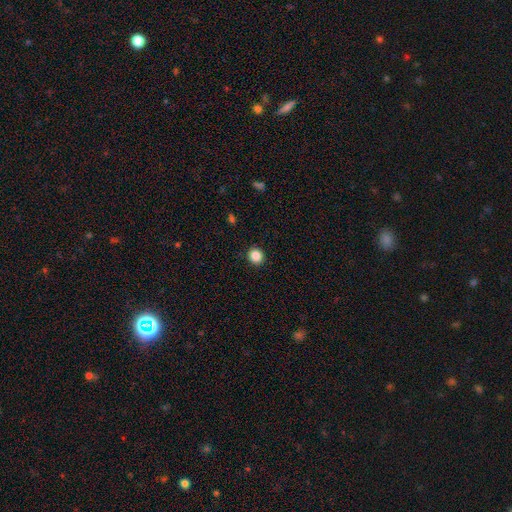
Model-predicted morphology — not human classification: smooth-or-featured: smooth: 87% | star or artifact: 10% | featured or disk: 3%
  how-rounded: round: 85% | in between: 14% | cigar-shaped: 1%
  merging: none: 91% | minor disturbance: 6% | major disturbance: 2% | merger: 1%